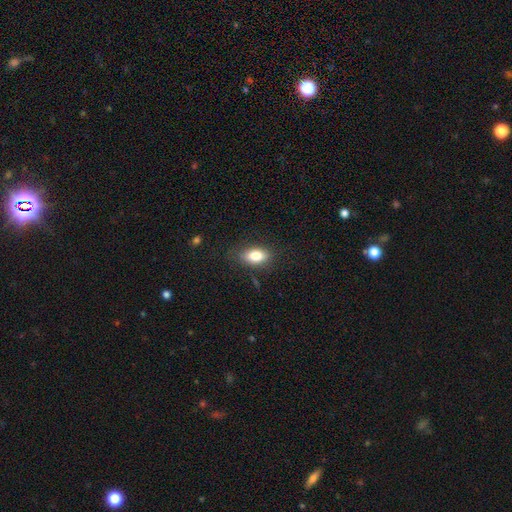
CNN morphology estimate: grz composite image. It shows a smooth galaxy with no disk features (82%) that is in between round and cigar-shaped (88%). Merging: none (80%).